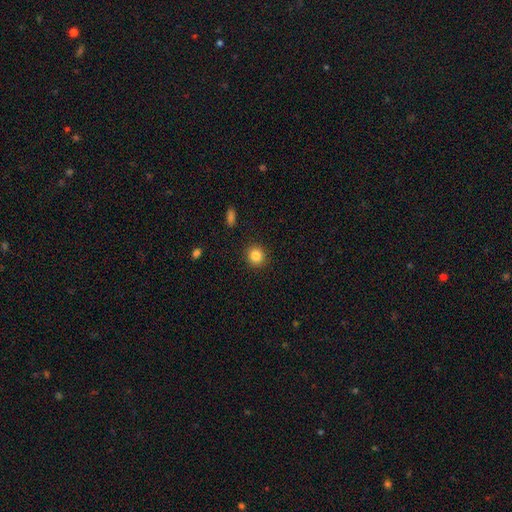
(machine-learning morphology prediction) smooth-or-featured: smooth: 84% | star or artifact: 10% | featured or disk: 6%
  how-rounded: round: 88% | in between: 11% | cigar-shaped: 1%
  merging: none: 92% | minor disturbance: 5% | major disturbance: 2% | merger: 1%